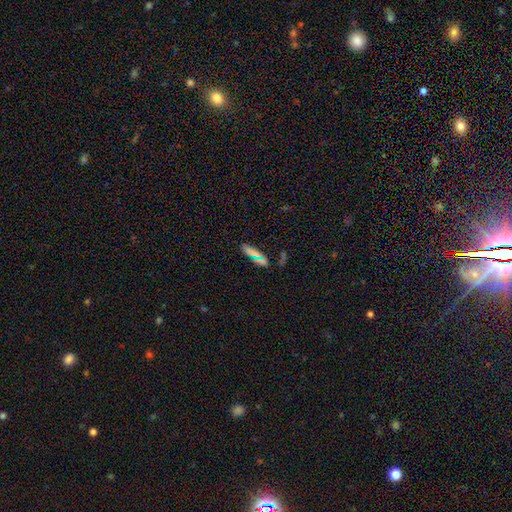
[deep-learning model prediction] smooth-or-featured: smooth: 69% | star or artifact: 19% | featured or disk: 12%
  how-rounded: cigar-shaped: 54% | in between: 41% | round: 5%
  merging: none: 76% | minor disturbance: 13% | merger: 6% | major disturbance: 5%